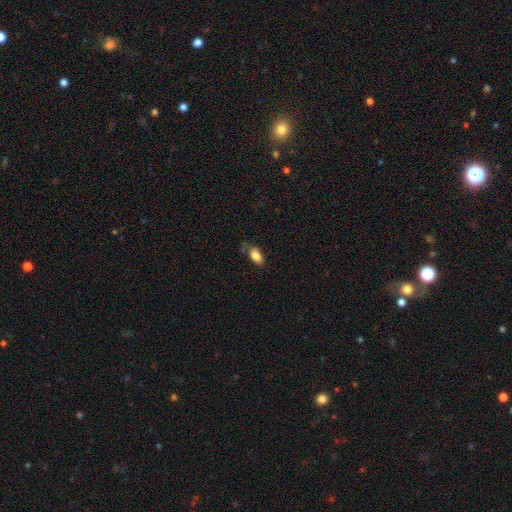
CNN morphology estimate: Smooth or featured?
  - smooth: 84% *
  - star or artifact: 8%
  - featured or disk: 8%
How rounded?
  - in between: 91% *
  - round: 5%
  - cigar-shaped: 4%
Merging?
  - none: 67% *
  - minor disturbance: 23%
  - major disturbance: 6%
  - merger: 5%